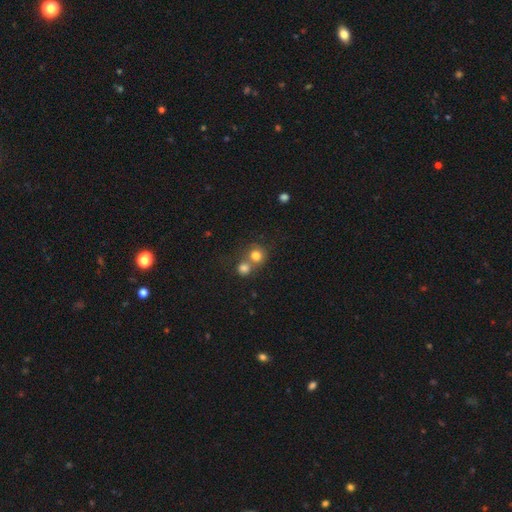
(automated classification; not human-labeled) Overall: smooth (78%). How rounded: round (86%). Merging: merger (46%; none 44%).